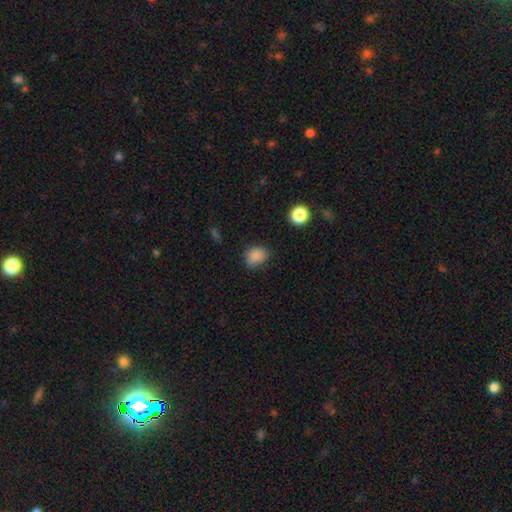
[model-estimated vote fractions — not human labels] A smooth galaxy with no disk features (85%) that is in between round and cigar-shaped (53%). Merging: none (71%).